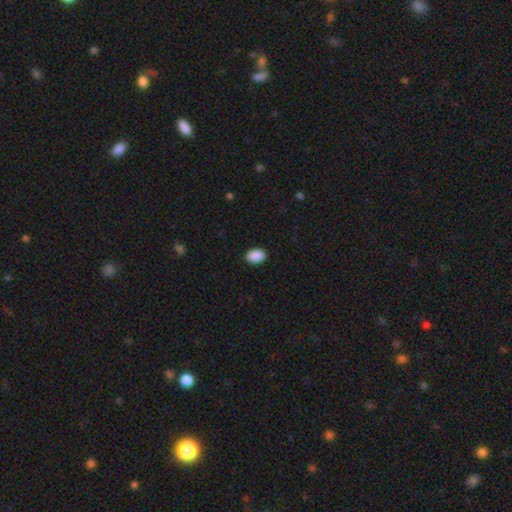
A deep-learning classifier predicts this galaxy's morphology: type=smooth (91%); roundness=in between (87%); merging=none (90%).